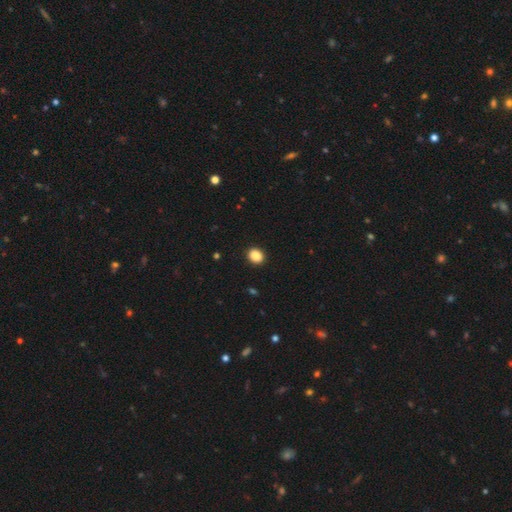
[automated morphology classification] type=smooth (88%); roundness=round (55%); merging=none (92%).